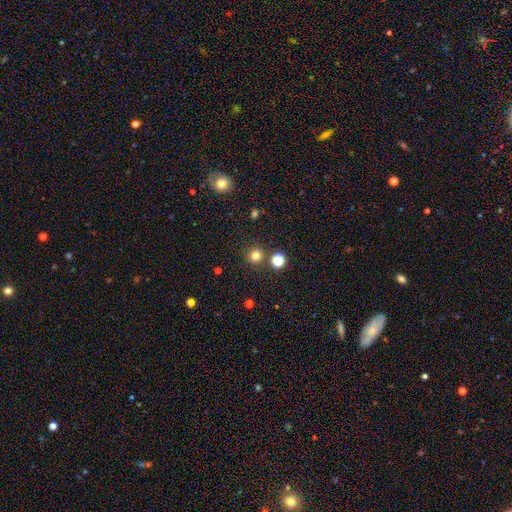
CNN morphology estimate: A smooth galaxy with no disk features (78%) that is round (93%).

Vote fractions:
- Smooth or featured? smooth: 78% / star or artifact: 16% / featured or disk: 5%
- How rounded? round: 93% / in between: 6% / cigar-shaped: 1%
- Merging? none: 83% / merger: 7% / minor disturbance: 7% / major disturbance: 3%